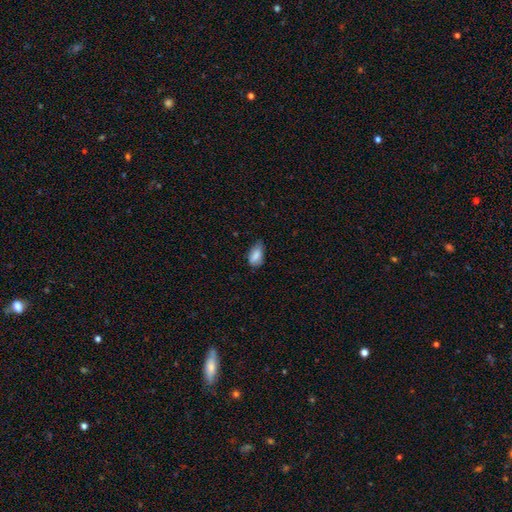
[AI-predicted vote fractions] Q: Smooth or featured?
A: smooth (83%); runner-up: featured or disk (9%)
Q: How rounded?
A: in between (90%); runner-up: cigar-shaped (6%)
Q: Merging?
A: none (49%); runner-up: minor disturbance (40%)